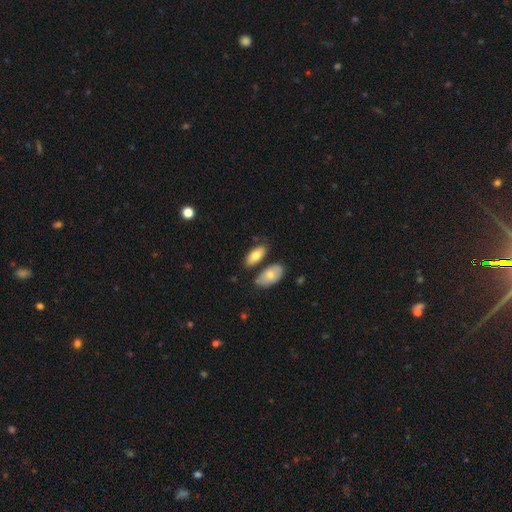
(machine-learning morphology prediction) A smooth galaxy with no disk features (75%) that is in between round and cigar-shaped (90%).

Vote fractions:
- Smooth or featured? smooth: 75% / featured or disk: 19% / star or artifact: 6%
- How rounded? in between: 90% / cigar-shaped: 7% / round: 3%
- Merging? none: 64% / merger: 17% / minor disturbance: 15% / major disturbance: 4%